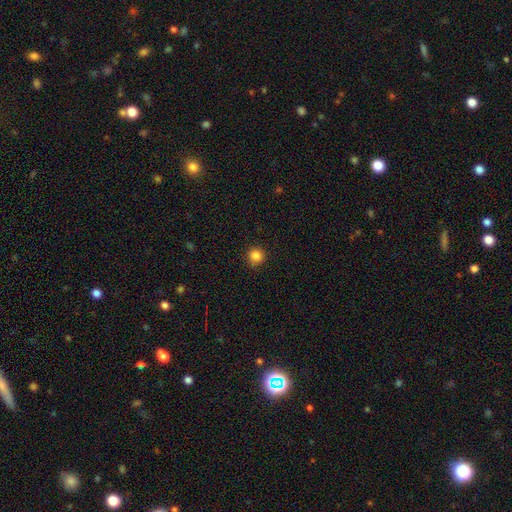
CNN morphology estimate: This appears to be a smooth galaxy with no disk features (85%) that is round (93%). Merging: none (86%).